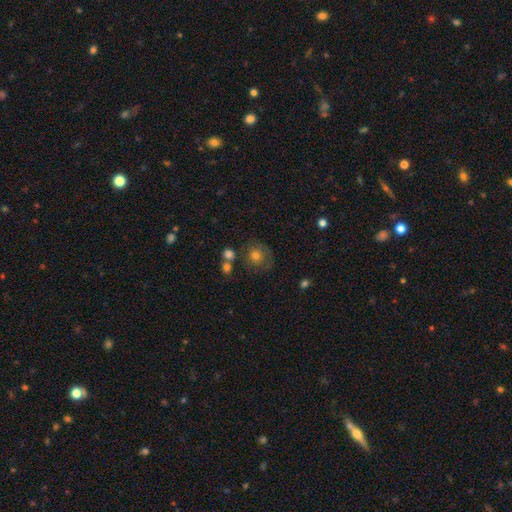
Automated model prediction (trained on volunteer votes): The model was most divided on "merging": none: 59%, minor disturbance: 20%, major disturbance: 12%, merger: 10%. More confident: how rounded — round (82%); smooth or featured — smooth (68%).